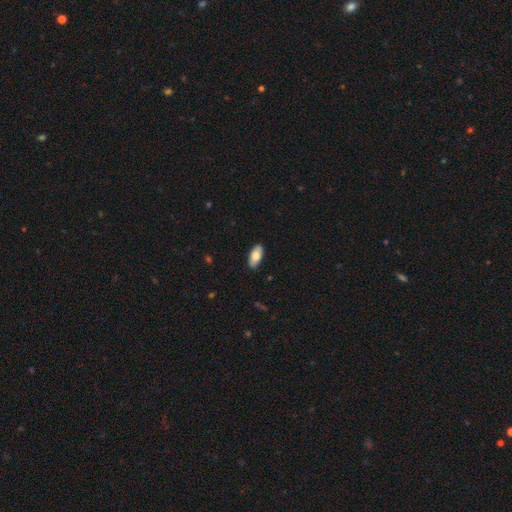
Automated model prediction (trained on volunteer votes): Smooth or featured?
  - smooth: 78% *
  - featured or disk: 17%
  - star or artifact: 6%
How rounded?
  - in between: 90% *
  - cigar-shaped: 8%
  - round: 2%
Merging?
  - none: 87% *
  - minor disturbance: 10%
  - major disturbance: 2%
  - merger: 1%